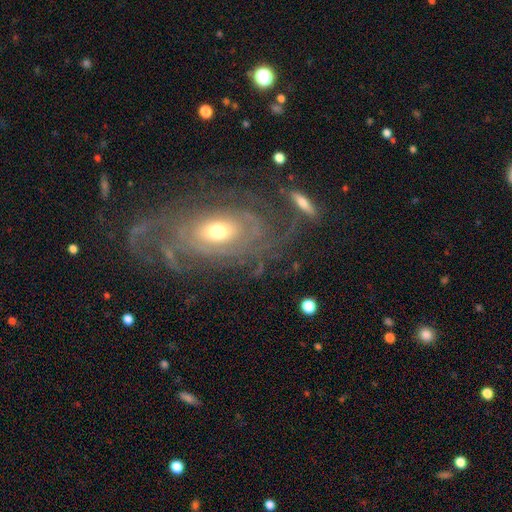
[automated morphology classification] Smooth or featured? Predicted: featured or disk (p=0.84). Edge-on disk? Predicted: no (p=0.94). Bar? Predicted: no (p=0.68). Spiral arms? Predicted: yes (p=0.91). Spiral winding? Predicted: tight (p=0.68). Spiral arm count? Predicted: can't tell (p=0.44). Bulge size? Predicted: moderate (p=0.61). Merging? Predicted: none (p=0.62).